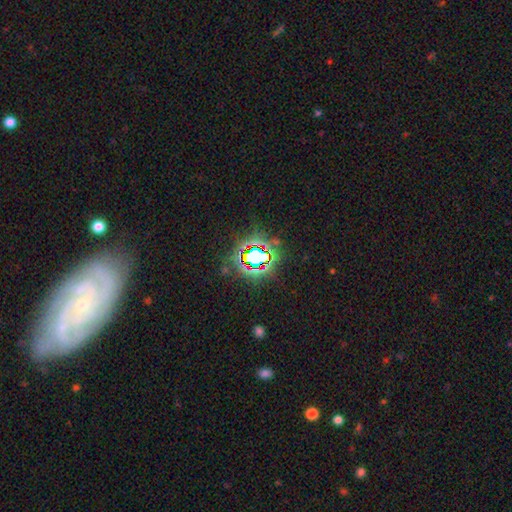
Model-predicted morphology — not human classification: Smooth or featured? star or artifact (72%)